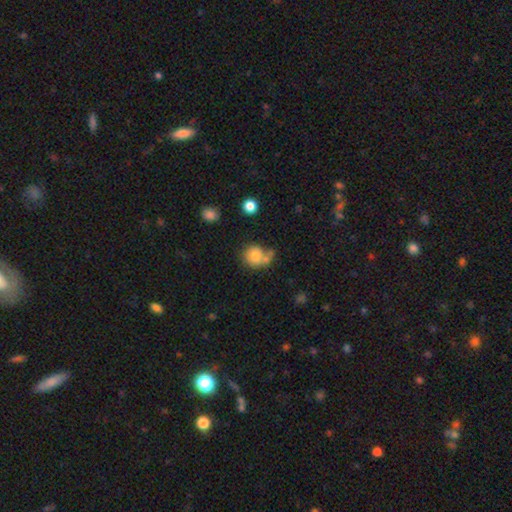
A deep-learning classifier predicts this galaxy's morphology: Smooth or featured? smooth (77%)
How rounded? round (81%)
Merging? none (46%)